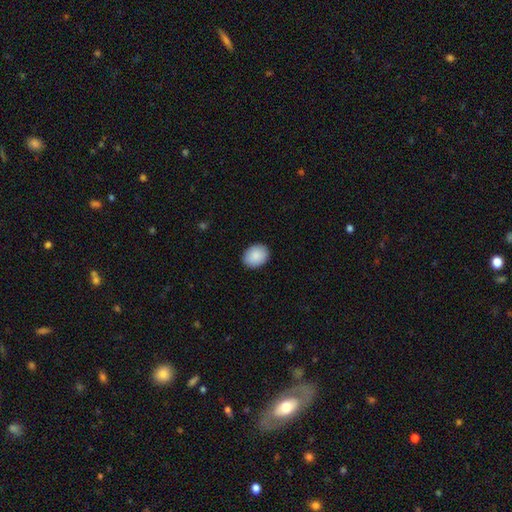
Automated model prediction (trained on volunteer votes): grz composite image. It shows a smooth galaxy with no disk features (89%) that is in between round and cigar-shaped (61%). Merging: none (89%).